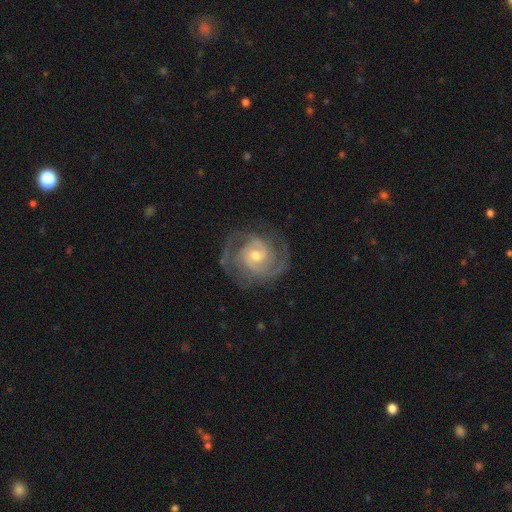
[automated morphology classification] smooth_or_featured: featured or disk (p=0.91) [alt: star or artifact p=0.05]
disk_edge_on: no (p=0.98) [alt: yes p=0.02]
bar: no (p=0.59) [alt: weak p=0.33]
has_spiral_arms: yes (p=0.98) [alt: no p=0.02]
spiral_winding: tight (p=0.61) [alt: medium p=0.34]
spiral_arm_count: 2 (p=0.53) [alt: 3 p=0.22]
bulge_size: moderate (p=0.56) [alt: small p=0.39]
merging: none (p=0.76) [alt: minor disturbance p=0.16]